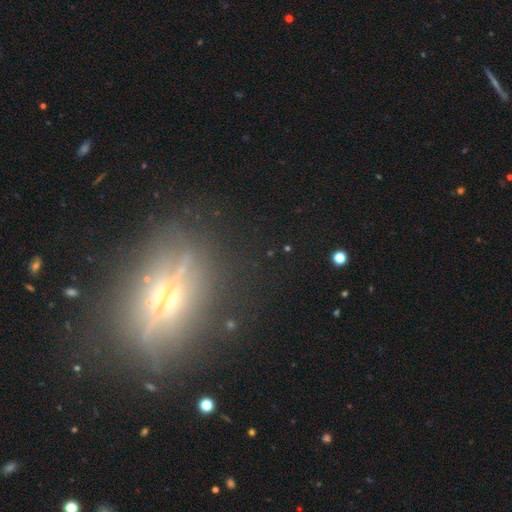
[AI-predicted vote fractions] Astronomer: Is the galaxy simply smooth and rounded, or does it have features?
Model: featured or disk — 54%.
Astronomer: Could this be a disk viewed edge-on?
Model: yes — 63%.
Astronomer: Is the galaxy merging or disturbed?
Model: none — 75%.